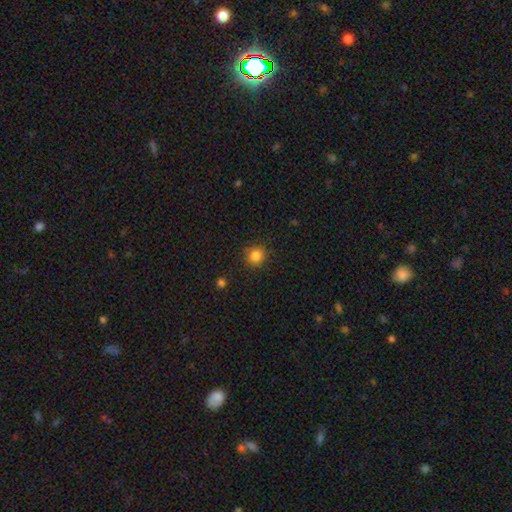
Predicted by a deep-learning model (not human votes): Smooth or featured: smooth — 84% (star or artifact — 12%)
How rounded: round — 91% (in between — 8%)
Merging: none — 90% (minor disturbance — 7%)